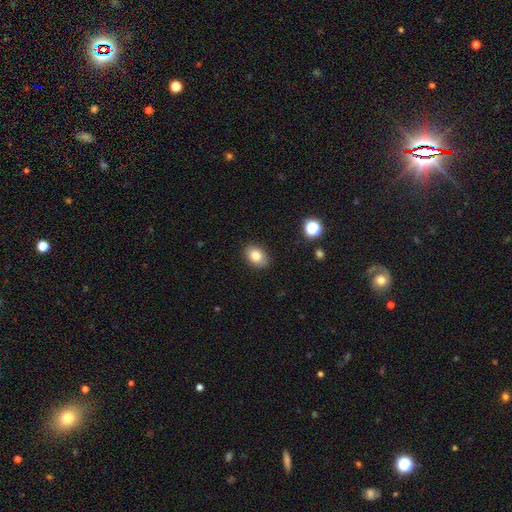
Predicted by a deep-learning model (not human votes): This is clearly a smooth galaxy (81%). How rounded: likely in between (78%). Merging: clearly none (87%).